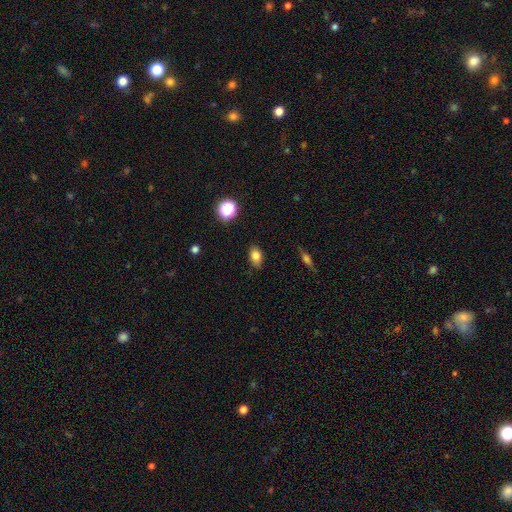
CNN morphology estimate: Smooth or featured: smooth — 79% (star or artifact — 11%)
How rounded: in between — 82% (round — 16%)
Merging: none — 85% (minor disturbance — 12%)